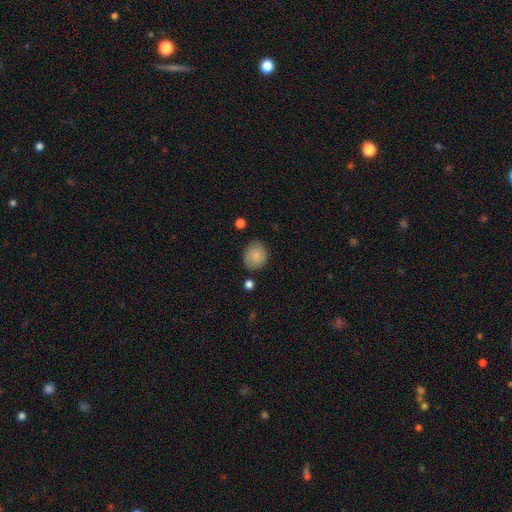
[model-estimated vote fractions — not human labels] Overall: smooth (75%). How rounded: round (73%). Merging: none (77%).